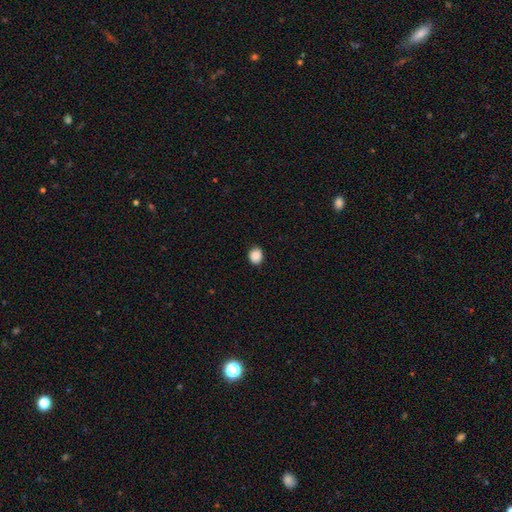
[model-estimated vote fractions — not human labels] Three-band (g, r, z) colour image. It shows a smooth galaxy with no disk features (89%) that is round (71%). Merging: none (88%).